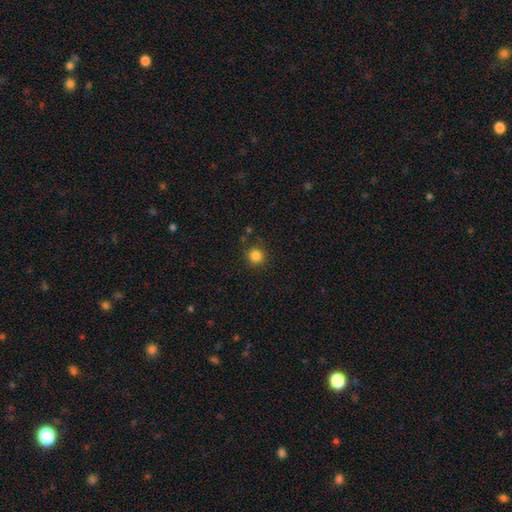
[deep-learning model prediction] Overall: smooth (84%). How rounded: round (94%). Merging: none (88%).